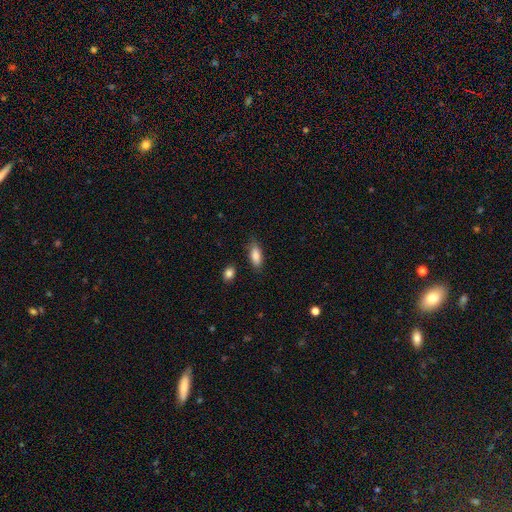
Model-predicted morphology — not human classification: The model was most divided on "how rounded": in between: 78%, cigar-shaped: 19%, round: 2%. More confident: smooth or featured — smooth (86%); merging — none (79%).